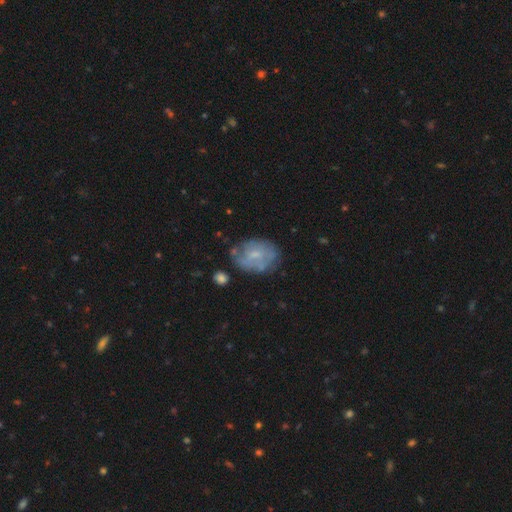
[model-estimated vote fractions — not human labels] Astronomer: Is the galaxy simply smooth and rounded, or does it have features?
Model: featured or disk — 48% (runner-up: smooth, 44%).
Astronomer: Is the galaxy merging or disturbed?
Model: none — 56%.